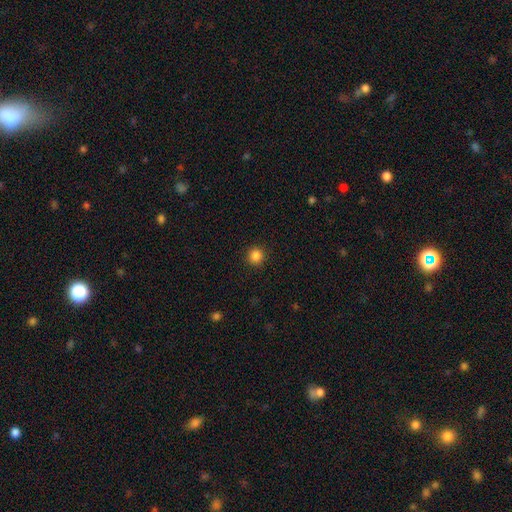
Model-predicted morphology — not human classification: Smooth or featured?
  - smooth: 85% *
  - star or artifact: 11%
  - featured or disk: 3%
How rounded?
  - round: 95% *
  - in between: 4%
  - cigar-shaped: 1%
Merging?
  - none: 92% *
  - minor disturbance: 5%
  - major disturbance: 2%
  - merger: 1%